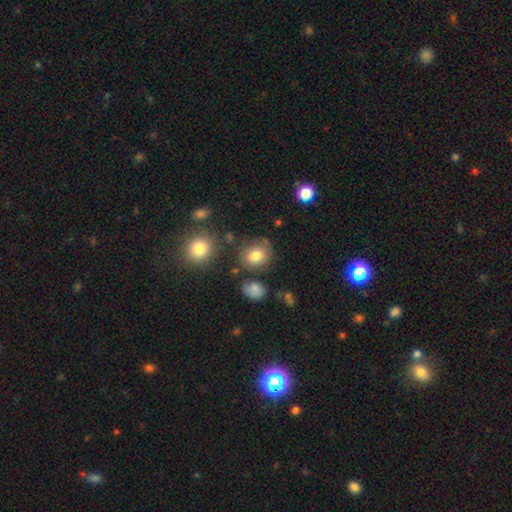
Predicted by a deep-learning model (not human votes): Smooth or featured? smooth (79%)
How rounded? round (64%)
Merging? none (71%)